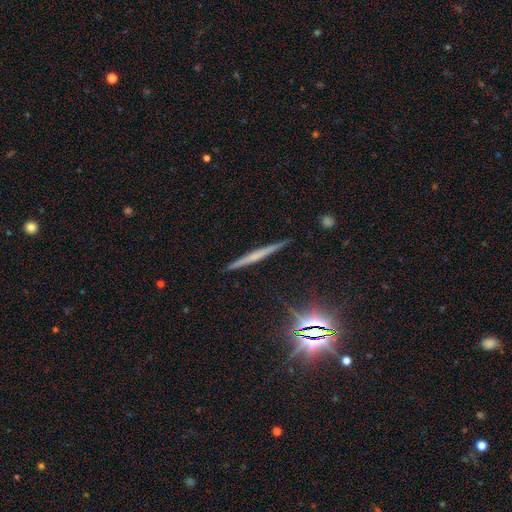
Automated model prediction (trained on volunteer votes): This appears to be a featured or disk galaxy (46%). Merging: none (90%).